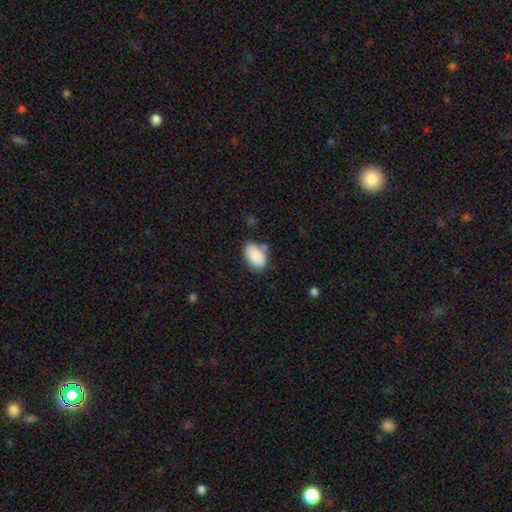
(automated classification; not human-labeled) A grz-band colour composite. It shows a smooth galaxy with no disk features (87%) that is in between round and cigar-shaped (92%). Merging: none (65%).